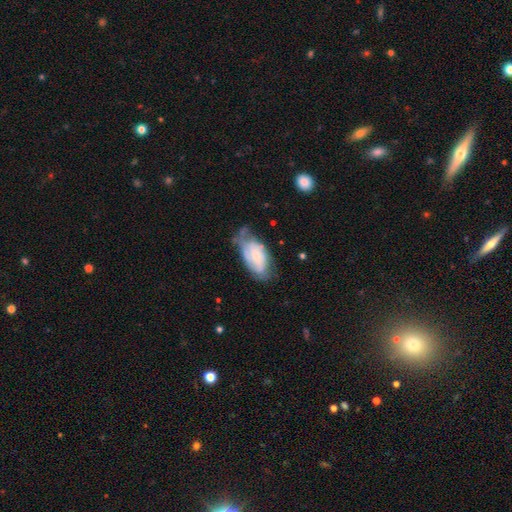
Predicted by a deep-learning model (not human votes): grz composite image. It shows a featured or disk galaxy (54%) with no bar (63%), spiral arms (72%) and a small central bulge (61%). Merging: none (39%).